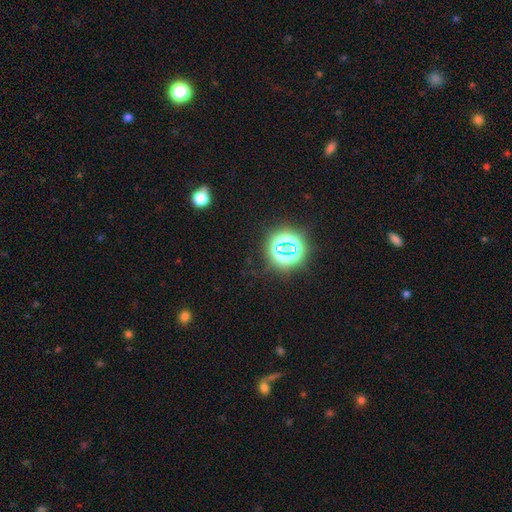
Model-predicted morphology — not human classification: smooth_or_featured: star or artifact (p=0.77) [alt: smooth p=0.17]